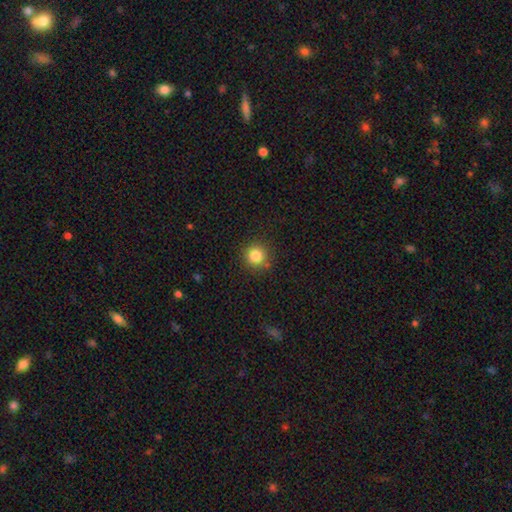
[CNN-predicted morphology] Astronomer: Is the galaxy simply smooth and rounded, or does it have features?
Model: smooth — 84%.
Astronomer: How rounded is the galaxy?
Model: round — 94%.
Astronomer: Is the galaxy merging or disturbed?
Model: none — 86%.